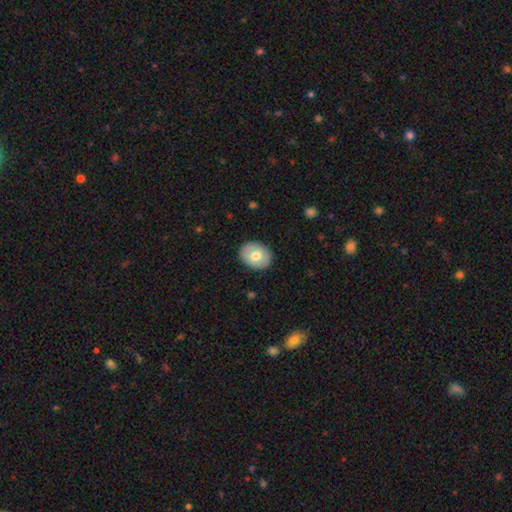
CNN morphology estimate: Smooth or featured? Predicted: smooth (p=0.70). How rounded? Predicted: in between (p=0.52). Merging? Predicted: none (p=0.88).